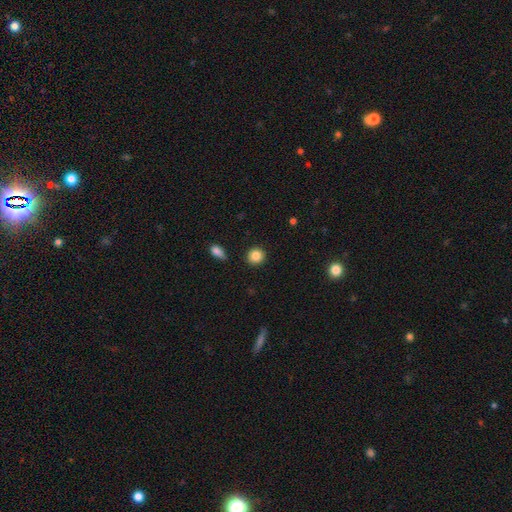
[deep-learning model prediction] The model was most divided on "smooth or featured": smooth: 85%, star or artifact: 9%, featured or disk: 6%. More confident: merging — none (89%); how rounded — round (89%).